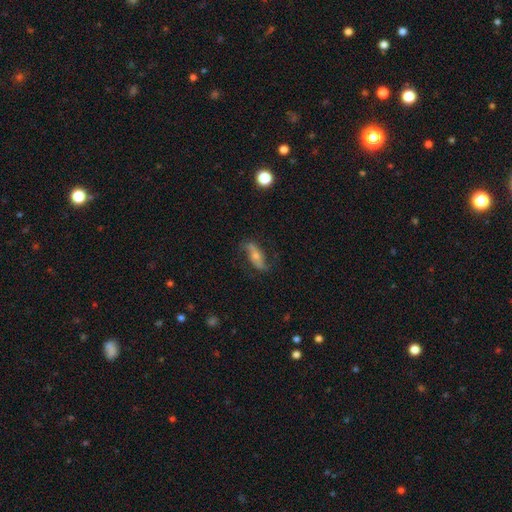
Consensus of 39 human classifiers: Morphology: type=featured or disk (79%); edge-on=no (87%); bar=no (48%); spiral arms=yes (93%); winding=loose (68%); arm count=2 (96%); bulge=moderate (44%, tied with small); merging=none (74%).